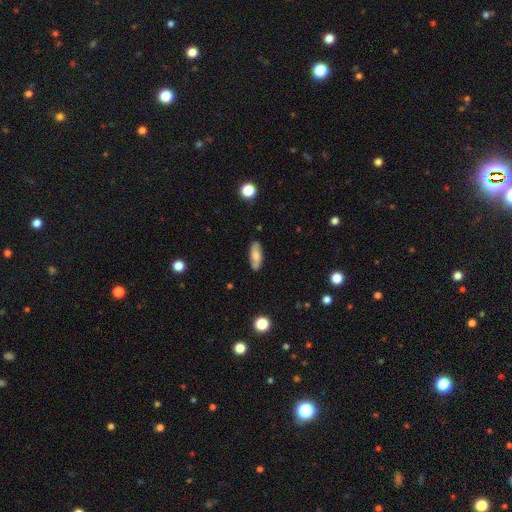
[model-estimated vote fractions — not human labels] smooth_or_featured: smooth (p=0.64) [alt: featured or disk p=0.29]
how_rounded: in between (p=0.70) [alt: cigar-shaped p=0.27]
merging: none (p=0.85) [alt: minor disturbance p=0.11]